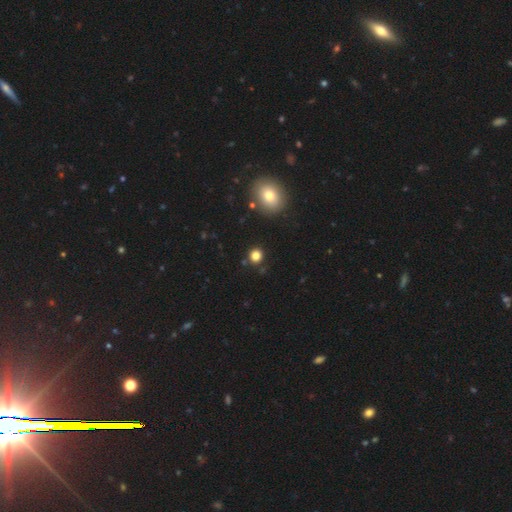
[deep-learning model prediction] Smooth or featured? smooth (82%)
How rounded? round (88%)
Merging? none (88%)